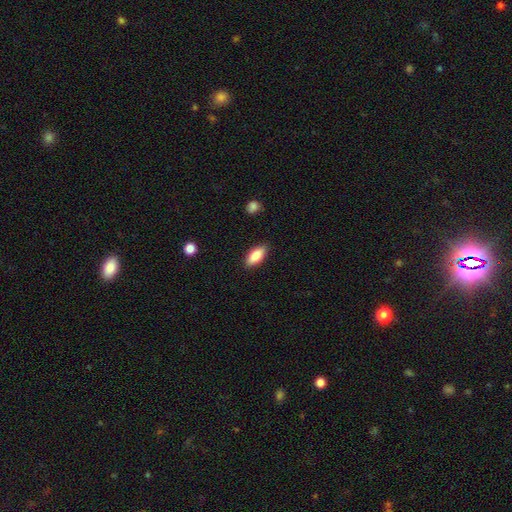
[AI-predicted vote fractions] smooth_or_featured: smooth (p=0.82) [alt: featured or disk p=0.12]
how_rounded: in between (p=0.83) [alt: cigar-shaped p=0.15]
merging: none (p=0.87) [alt: minor disturbance p=0.10]